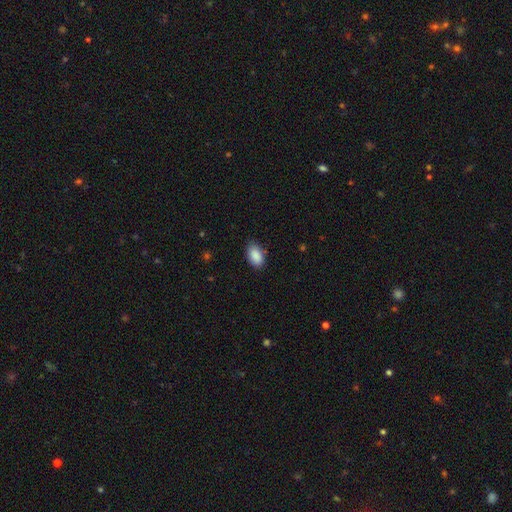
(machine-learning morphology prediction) The model was most divided on "merging": none: 83%, minor disturbance: 13%, major disturbance: 3%, merger: 1%. More confident: how rounded — in between (93%); smooth or featured — smooth (90%).